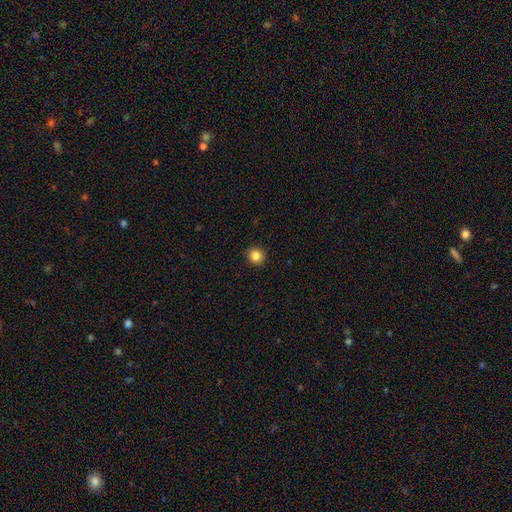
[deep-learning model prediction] smooth 85%, star or artifact 11%, featured or disk 5%. Down the decision tree: how rounded — round (94%); merging — none (93%).